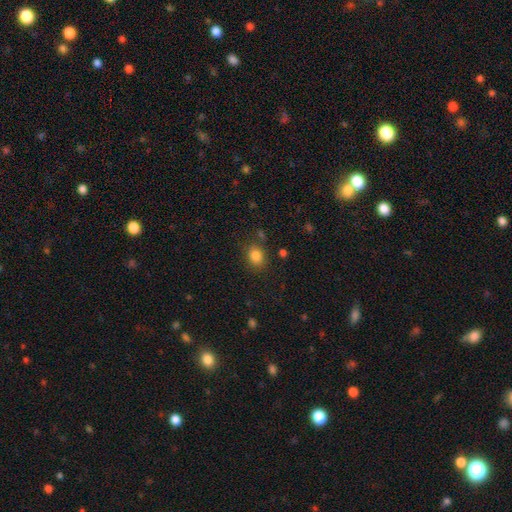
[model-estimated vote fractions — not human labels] Morphology: type=smooth (83%); roundness=round (52%); merging=none (80%).